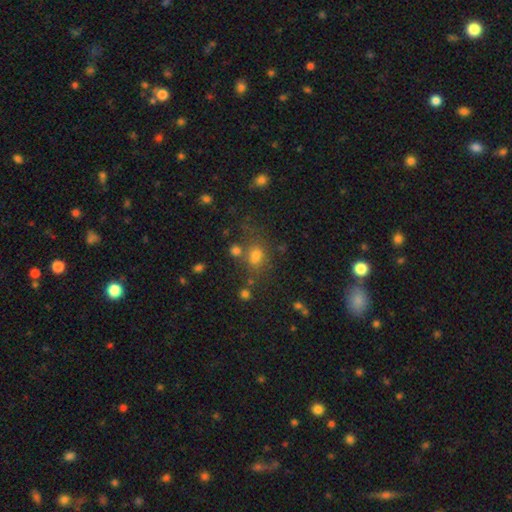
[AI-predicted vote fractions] Smooth or featured? smooth (66%)
How rounded? in between (54%)
Merging? none (58%)